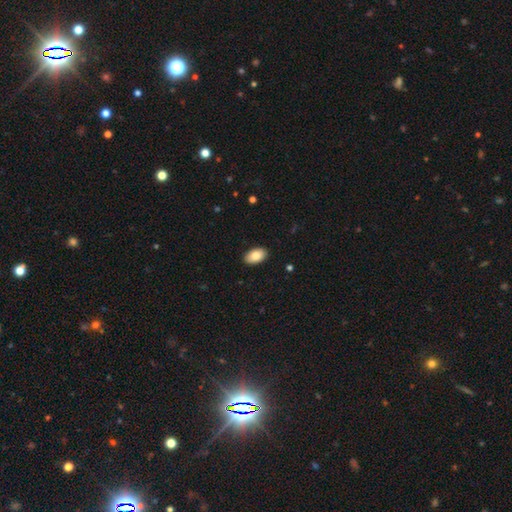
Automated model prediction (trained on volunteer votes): This is clearly a smooth galaxy (86%). How rounded: clearly in between (94%). Merging: clearly none (90%).